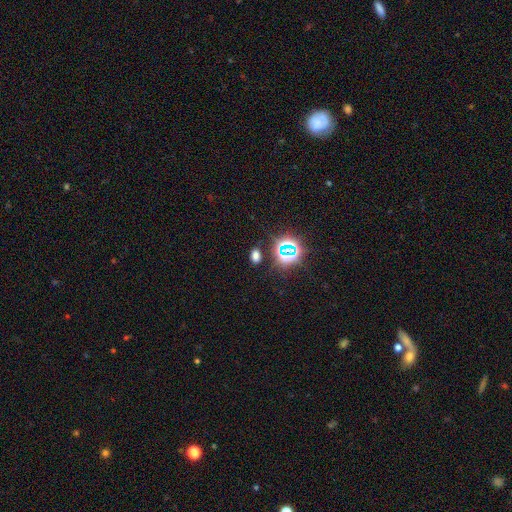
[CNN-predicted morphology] This appears to be a smooth galaxy with no disk features (60%) that is in between round and cigar-shaped (82%). Merging: none (84%).